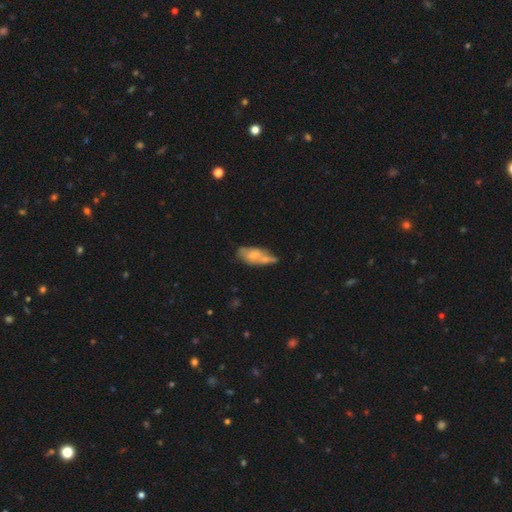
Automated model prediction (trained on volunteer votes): Smooth or featured? smooth (55%)
How rounded? in between (81%)
Merging? none (38%)